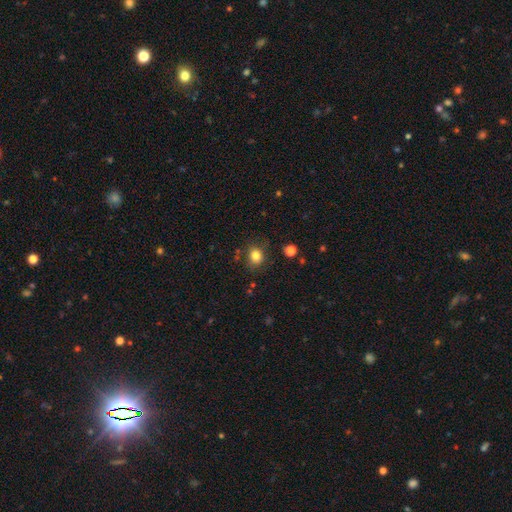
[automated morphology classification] smooth 81%, star or artifact 12%, featured or disk 7%. Down the decision tree: how rounded — round (72%); merging — none (79%).